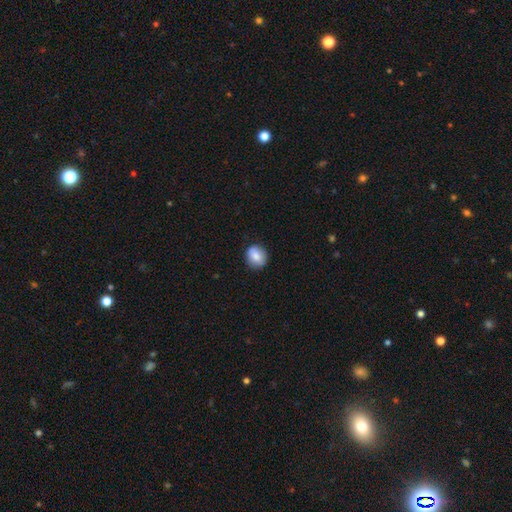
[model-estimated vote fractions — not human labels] smooth 81%, featured or disk 11%, star or artifact 8%. Down the decision tree: how rounded — round (72%); merging — none (84%).